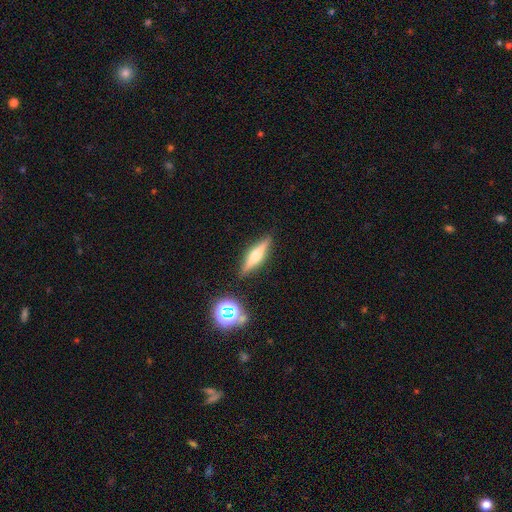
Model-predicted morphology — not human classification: This is likely a featured or disk galaxy (62%). It is clearly viewed edge-on (96%). Edge-on bulge: clearly rounded (90%). Merging: clearly none (89%).